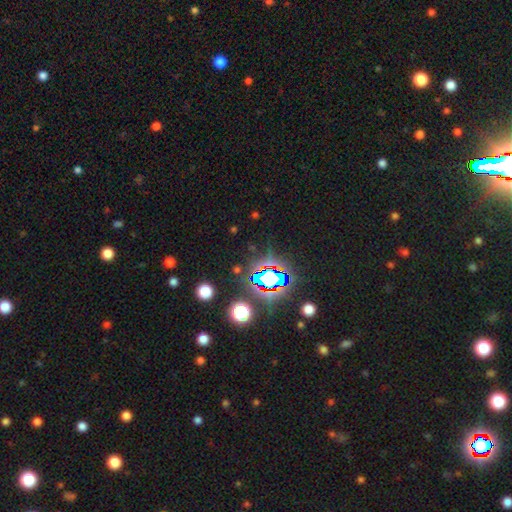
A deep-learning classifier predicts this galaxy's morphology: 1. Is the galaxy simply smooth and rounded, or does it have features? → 79% star or artifact, 12% smooth, 8% featured or disk.